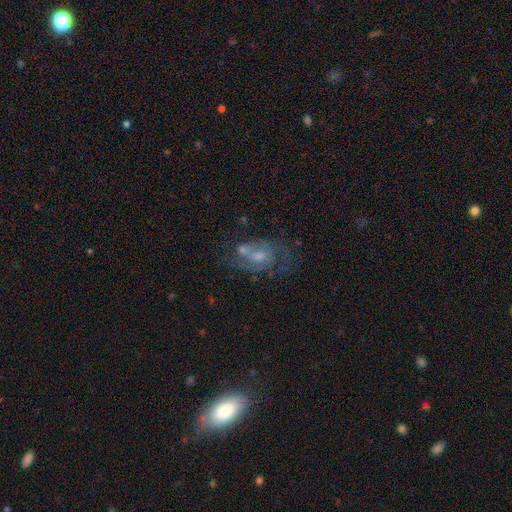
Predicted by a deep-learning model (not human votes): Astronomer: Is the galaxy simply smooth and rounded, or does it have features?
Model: featured or disk — 67%.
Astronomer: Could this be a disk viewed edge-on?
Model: no — 96%.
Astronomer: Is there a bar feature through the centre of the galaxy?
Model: no — 55% (runner-up: weak, 37%).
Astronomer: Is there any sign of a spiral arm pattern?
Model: yes — 78%.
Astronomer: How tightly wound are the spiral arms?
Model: medium — 47% (runner-up: tight, 33%).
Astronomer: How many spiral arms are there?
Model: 2 — 53%.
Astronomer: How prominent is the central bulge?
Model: small — 45% (runner-up: moderate, 42%).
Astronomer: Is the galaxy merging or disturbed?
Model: none — 49%.